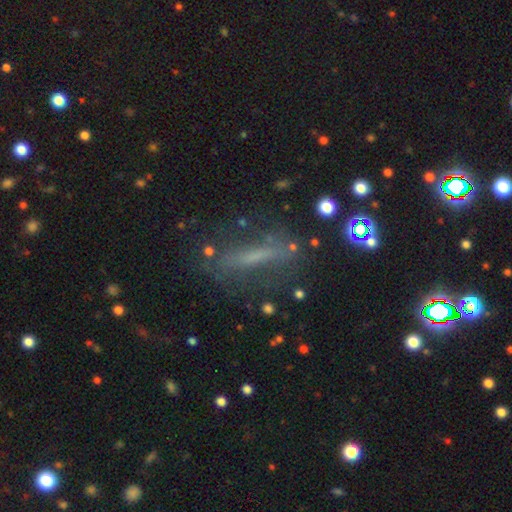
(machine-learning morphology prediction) Overall: smooth (39%; featured or disk 38%). Merging: none (69%).